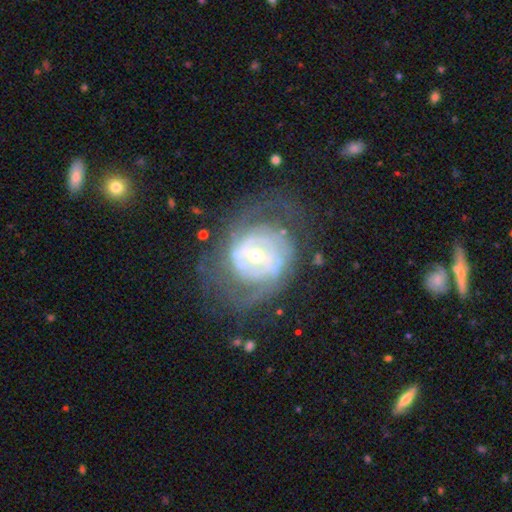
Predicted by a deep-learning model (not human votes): Smooth or featured: featured or disk — 81% (smooth — 13%)
Edge-on disk: no — 97% (yes — 3%)
Bar: no — 58% (weak — 31%)
Spiral arms: yes — 80% (no — 20%)
Spiral winding: tight — 58% (medium — 29%)
Spiral arm count: can't tell — 41% (2 — 33%)
Bulge size: small — 55% (moderate — 40%)
Merging: none — 58% (major disturbance — 21%)